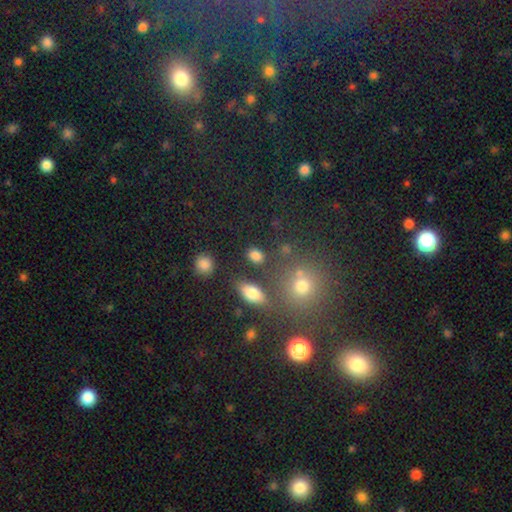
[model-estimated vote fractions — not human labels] smooth_or_featured: smooth (p=0.81) [alt: star or artifact p=0.12]
how_rounded: in between (p=0.60) [alt: round p=0.38]
merging: none (p=0.77) [alt: minor disturbance p=0.12]